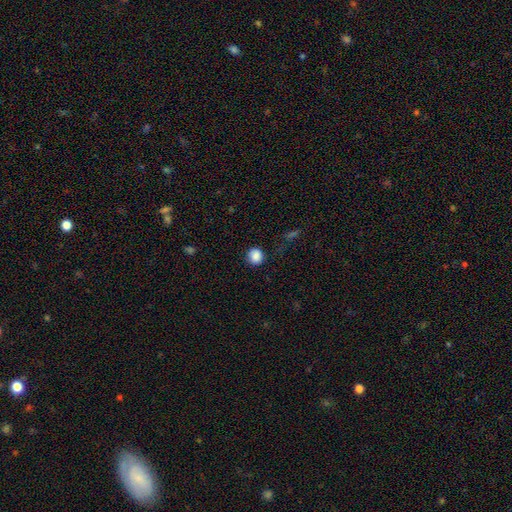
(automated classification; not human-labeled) Smooth or featured? Predicted: smooth (p=0.86). How rounded? Predicted: round (p=0.86). Merging? Predicted: none (p=0.81).